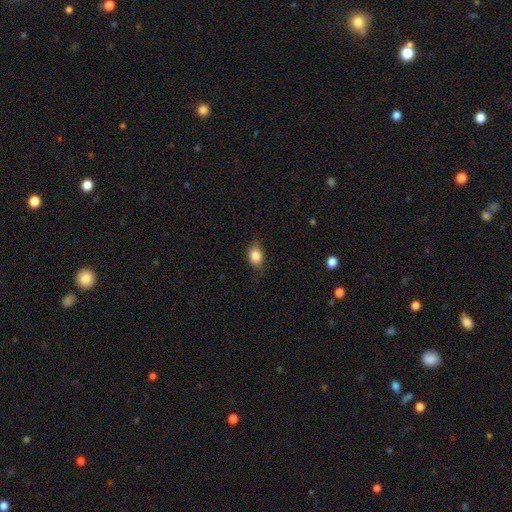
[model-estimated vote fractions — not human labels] smooth 83%, featured or disk 9%, star or artifact 8%. Down the decision tree: how rounded — in between (74%); merging — none (74%).